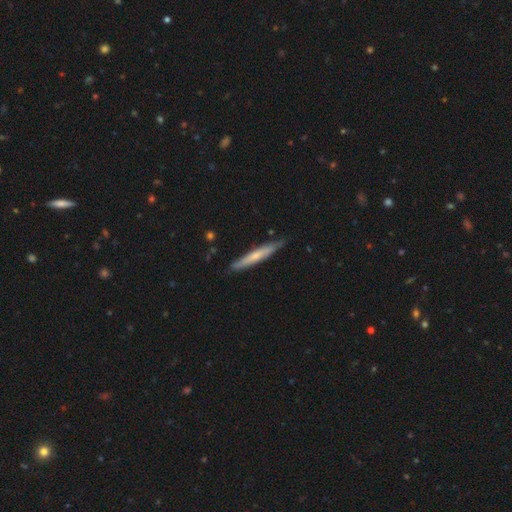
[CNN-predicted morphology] This is possibly a smooth galaxy (53%). How rounded: clearly cigar-shaped (94%). Merging: clearly none (82%).